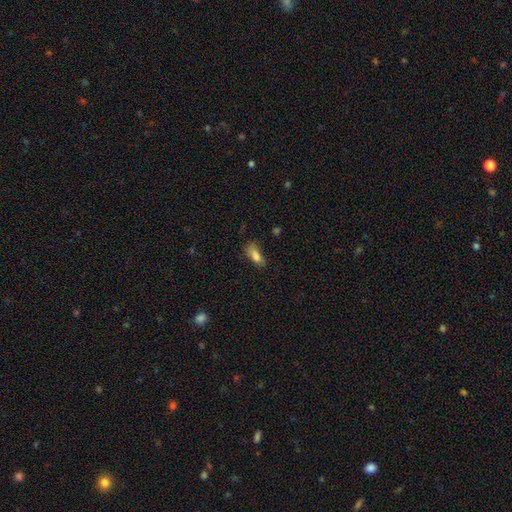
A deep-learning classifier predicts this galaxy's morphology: This appears to be a smooth galaxy with no disk features (81%) that is in between round and cigar-shaped (82%). Merging: none (54%).